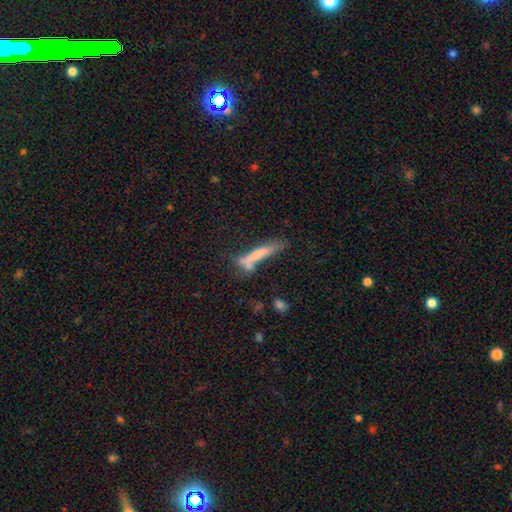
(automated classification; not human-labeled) Smooth or featured? Predicted: smooth (p=0.62). How rounded? Predicted: cigar-shaped (p=0.89). Merging? Predicted: none (p=0.47).